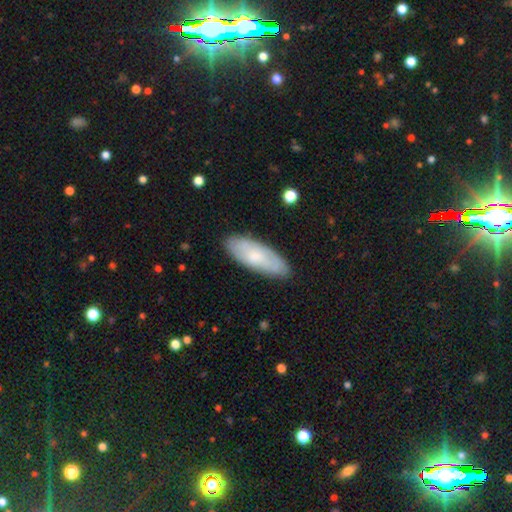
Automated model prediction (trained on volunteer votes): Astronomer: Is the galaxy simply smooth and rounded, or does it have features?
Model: smooth — 63%.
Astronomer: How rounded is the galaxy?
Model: in between — 74%.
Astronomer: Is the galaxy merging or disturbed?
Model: none — 84%.